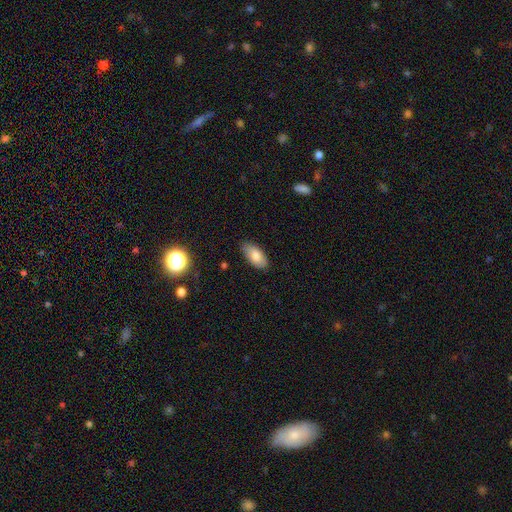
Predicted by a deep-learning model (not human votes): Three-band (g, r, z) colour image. It shows a smooth galaxy with no disk features (81%) that is in between round and cigar-shaped (92%). Merging: none (85%).